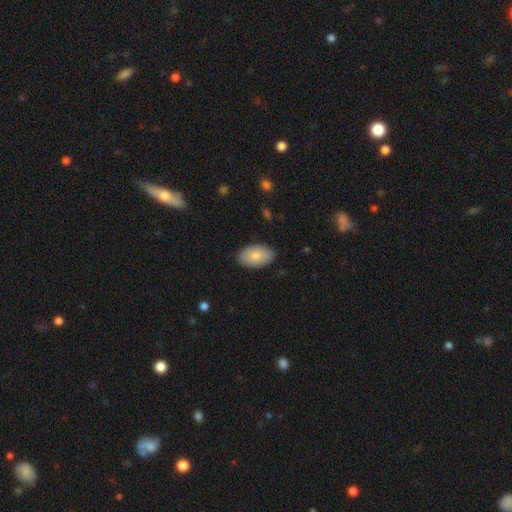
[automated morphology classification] Smooth or featured? Predicted: smooth (p=0.82). How rounded? Predicted: in between (p=0.94). Merging? Predicted: none (p=0.86).